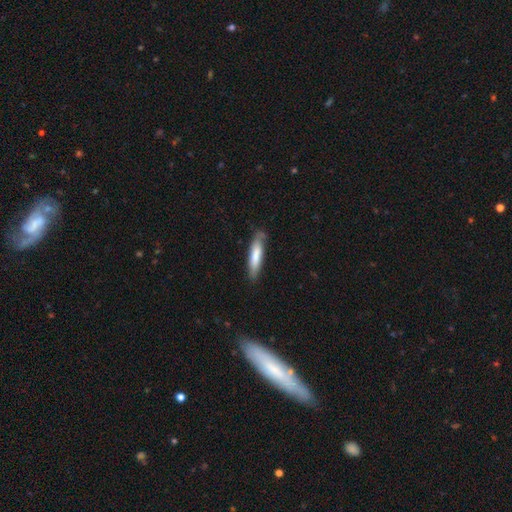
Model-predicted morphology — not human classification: A smooth galaxy with no disk features (73%) that is cigar-shaped (79%). Merging: none (73%).